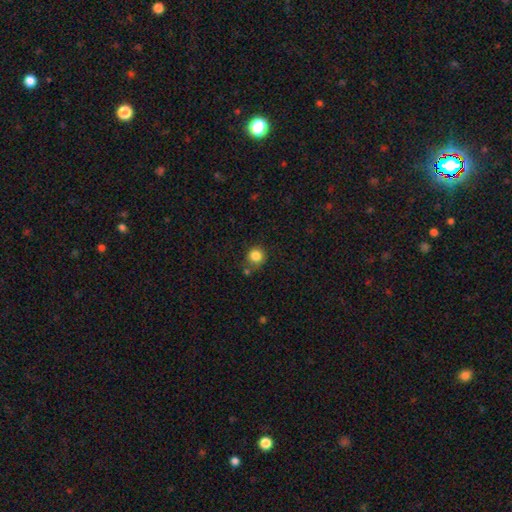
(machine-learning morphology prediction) The model was most divided on "merging": none: 72%, minor disturbance: 15%, merger: 9%, major disturbance: 4%. More confident: how rounded — round (92%); smooth or featured — smooth (85%).